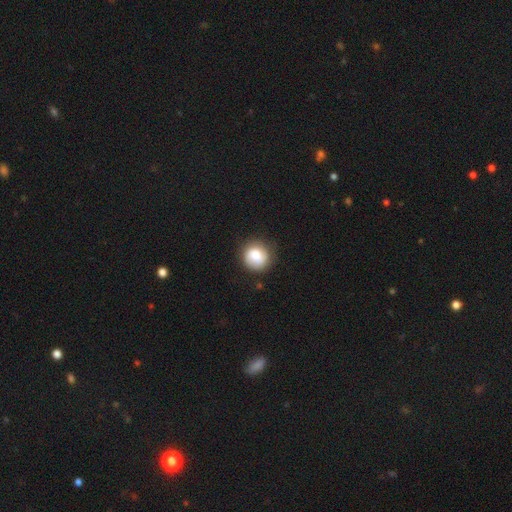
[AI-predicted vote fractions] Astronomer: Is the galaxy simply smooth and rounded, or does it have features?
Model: smooth — 73%.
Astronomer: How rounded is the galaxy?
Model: round — 91%.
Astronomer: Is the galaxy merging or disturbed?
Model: none — 81%.